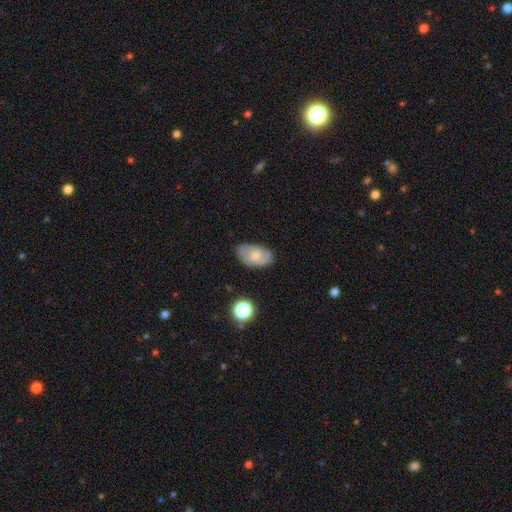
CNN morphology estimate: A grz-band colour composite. It shows a smooth galaxy with no disk features (51%) that is in between round and cigar-shaped (90%). Merging: none (67%).